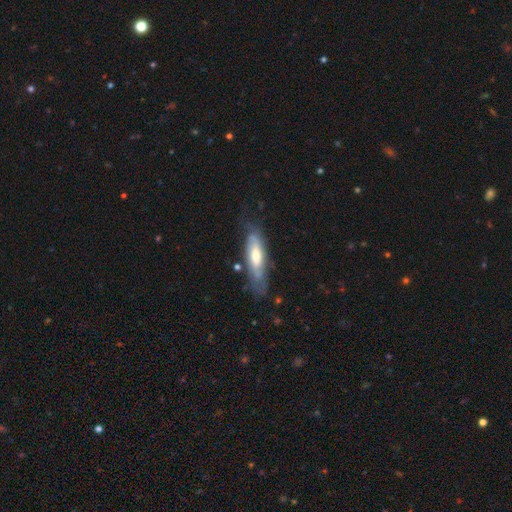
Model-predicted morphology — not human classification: type=featured or disk (51%); edge-on=no (60%); merging=none (59%).